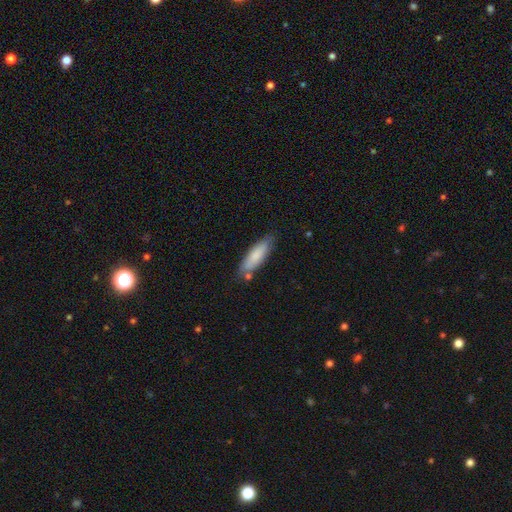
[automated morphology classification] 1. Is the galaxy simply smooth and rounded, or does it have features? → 78% smooth, 16% featured or disk, 6% star or artifact.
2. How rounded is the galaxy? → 56% cigar-shaped, 43% in between, 1% round.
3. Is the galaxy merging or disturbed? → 74% none, 17% minor disturbance, 6% merger, 3% major disturbance.